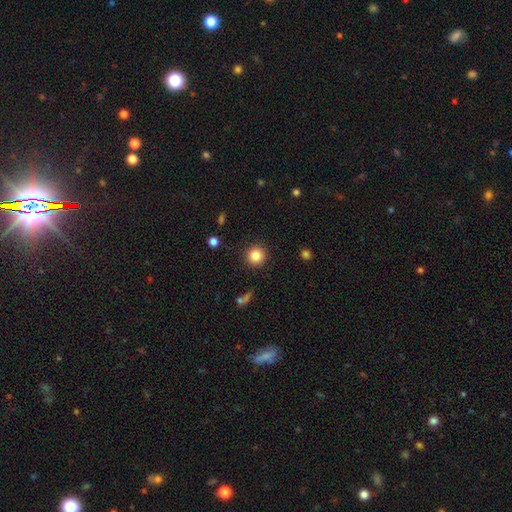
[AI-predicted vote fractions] A smooth galaxy with no disk features (84%) that is round (94%).

Vote fractions:
- Smooth or featured? smooth: 84% / star or artifact: 10% / featured or disk: 5%
- How rounded? round: 94% / in between: 5% / cigar-shaped: 1%
- Merging? none: 90% / minor disturbance: 6% / major disturbance: 2% / merger: 1%